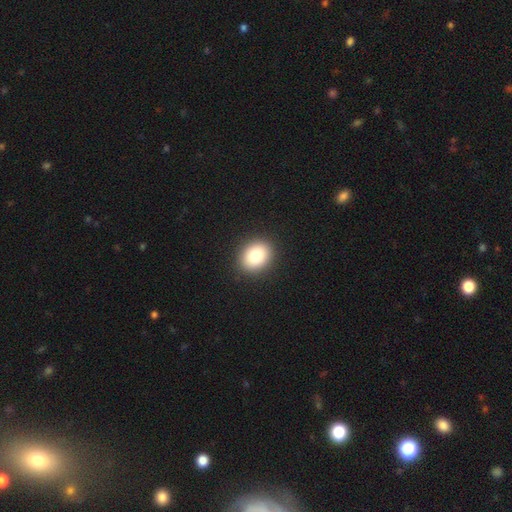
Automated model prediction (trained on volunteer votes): A smooth galaxy with no disk features (83%) that is in between round and cigar-shaped (53%). Merging: none (91%).